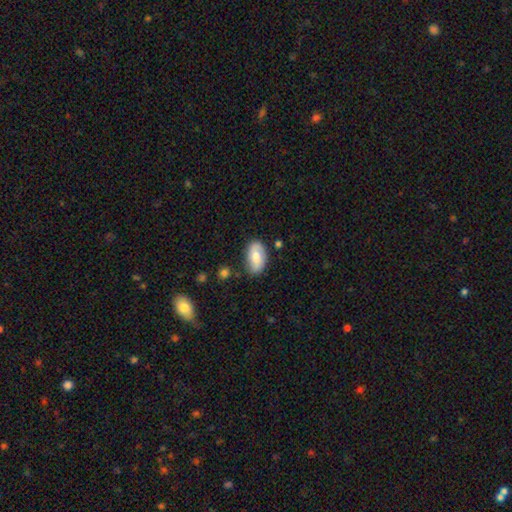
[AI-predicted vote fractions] Q: Smooth or featured?
A: smooth (60%); runner-up: featured or disk (34%)
Q: How rounded?
A: in between (92%); runner-up: round (6%)
Q: Merging?
A: none (75%); runner-up: minor disturbance (18%)